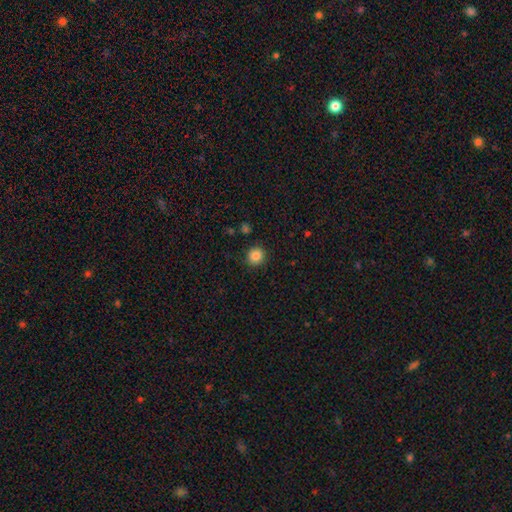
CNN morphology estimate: Smooth or featured? Predicted: smooth (p=0.85). How rounded? Predicted: round (p=0.91). Merging? Predicted: none (p=0.90).